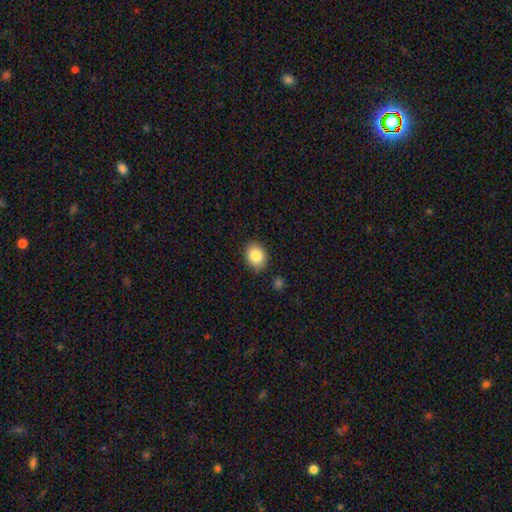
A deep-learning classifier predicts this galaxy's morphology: Smooth or featured? smooth (85%)
How rounded? in between (55%)
Merging? none (85%)